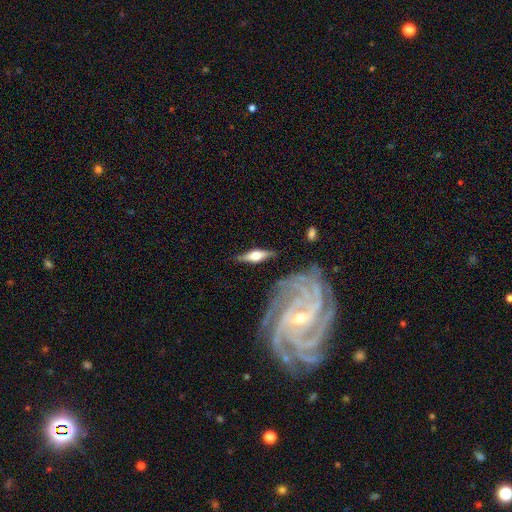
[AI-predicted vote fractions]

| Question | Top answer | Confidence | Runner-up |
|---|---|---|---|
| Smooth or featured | featured or disk | 63% | smooth (31%) |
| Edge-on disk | yes | 85% | no (15%) |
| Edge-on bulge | rounded | 91% | boxy (6%) |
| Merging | none | 79% | minor disturbance (13%) |